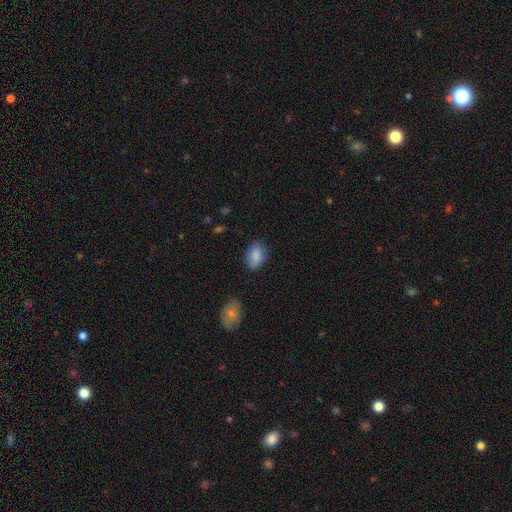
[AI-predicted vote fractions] The model was most divided on "merging": none: 78%, minor disturbance: 17%, major disturbance: 4%, merger: 2%. More confident: how rounded — in between (88%); smooth or featured — smooth (86%).